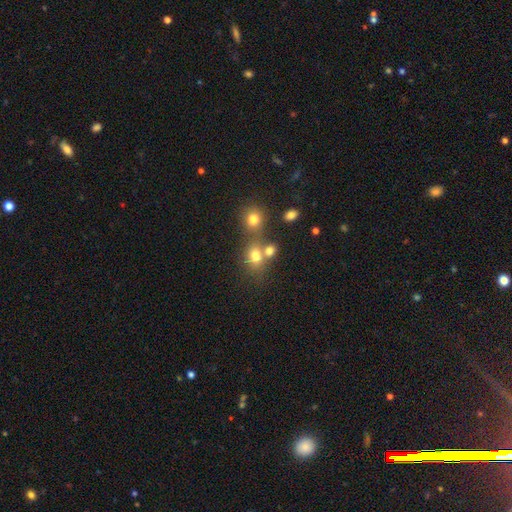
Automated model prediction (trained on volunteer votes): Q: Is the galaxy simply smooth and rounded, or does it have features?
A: smooth — 74%.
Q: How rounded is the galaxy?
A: round — 64%.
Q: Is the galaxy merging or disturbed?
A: none — 47%.